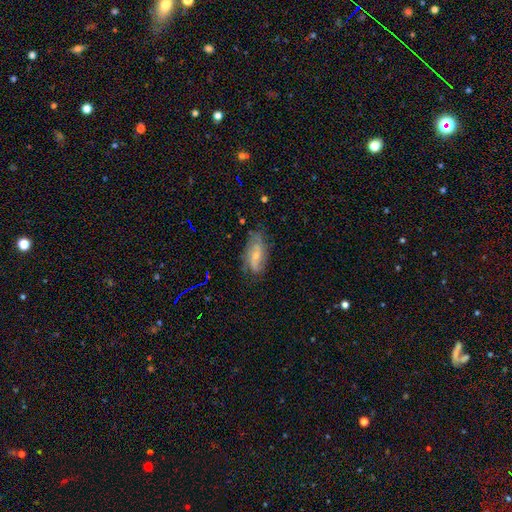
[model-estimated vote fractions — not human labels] This is possibly a featured or disk galaxy (57%). It is clearly not viewed edge-on (89%). Bar: possibly no (50%). Spiral arm pattern: clearly yes (81%). Central bulge: possibly small (57%). Merging: likely none (61%).